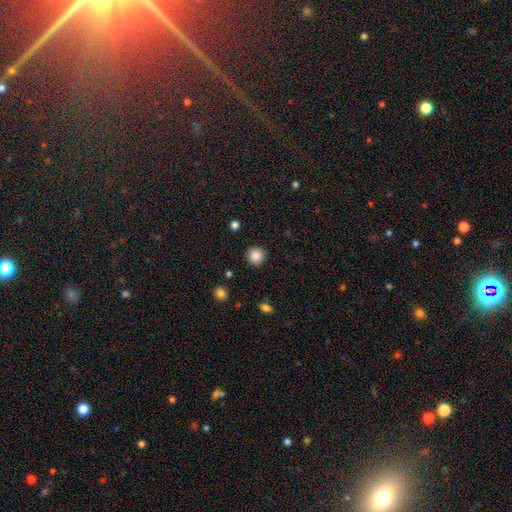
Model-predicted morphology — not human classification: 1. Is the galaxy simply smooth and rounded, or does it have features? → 86% smooth, 10% star or artifact, 4% featured or disk.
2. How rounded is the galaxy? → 94% round, 5% in between, 1% cigar-shaped.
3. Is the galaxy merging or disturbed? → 91% none, 6% minor disturbance, 2% major disturbance, 1% merger.